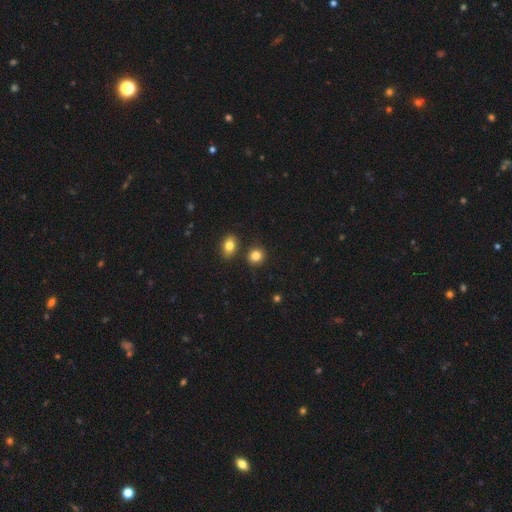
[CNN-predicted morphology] smooth 84%, star or artifact 10%, featured or disk 6%. Down the decision tree: how rounded — round (76%); merging — none (81%).